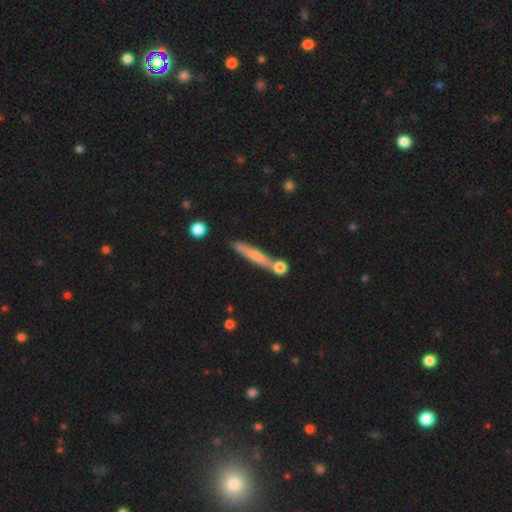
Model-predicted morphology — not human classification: Smooth or featured? Predicted: smooth (p=0.56). How rounded? Predicted: cigar-shaped (p=0.92). Merging? Predicted: none (p=0.74).